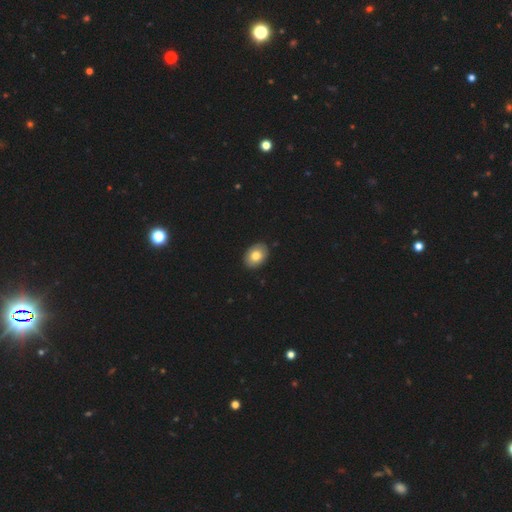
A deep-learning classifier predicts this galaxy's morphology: The model was most divided on "how rounded": in between: 76%, round: 23%, cigar-shaped: 1%. More confident: merging — none (90%); smooth or featured — smooth (80%).